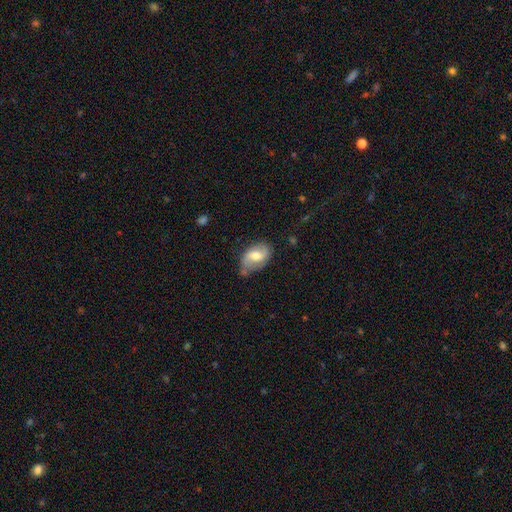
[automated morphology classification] This is possibly a smooth galaxy (48%). Merging: likely none (63%).